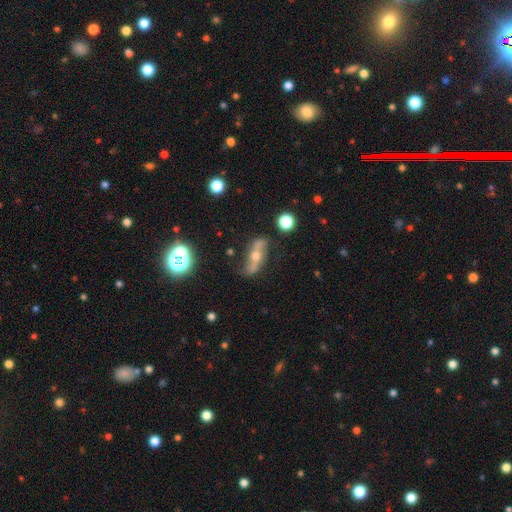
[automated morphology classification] A featured or disk galaxy (74%) with no bar (45%), spiral arms (84%) and a moderate central bulge (62%).

Vote fractions:
- Smooth or featured? featured or disk: 74% / smooth: 17% / star or artifact: 9%
- Edge-on disk? no: 71% / yes: 29%
- Bar? no: 45% / strong: 32% / weak: 22%
- Spiral arms? yes: 84% / no: 16%
- Bulge size? moderate: 62% / small: 30% / large: 5% / none: 2% / dominant: 2%
- Merging? none: 74% / minor disturbance: 17% / major disturbance: 6% / merger: 3%